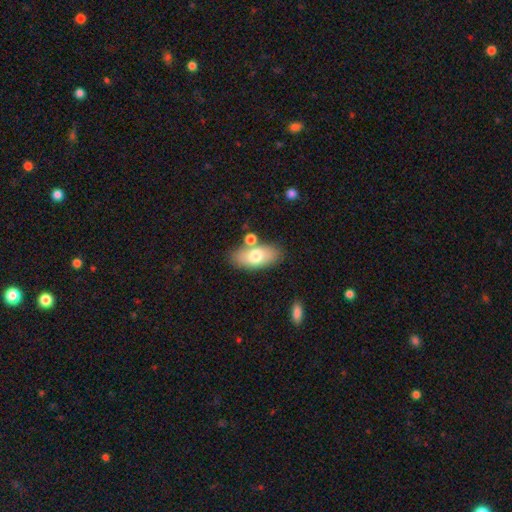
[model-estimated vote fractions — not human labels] Overall: smooth (71%). How rounded: in between (88%). Merging: none (72%).